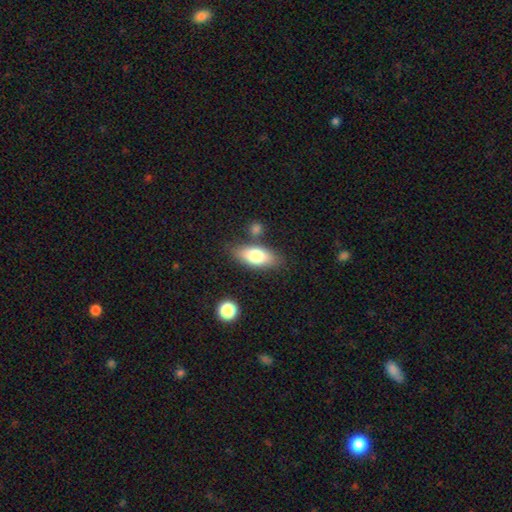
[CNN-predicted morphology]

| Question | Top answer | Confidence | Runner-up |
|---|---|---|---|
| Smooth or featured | smooth | 74% | featured or disk (19%) |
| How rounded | in between | 81% | cigar-shaped (15%) |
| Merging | none | 76% | minor disturbance (13%) |